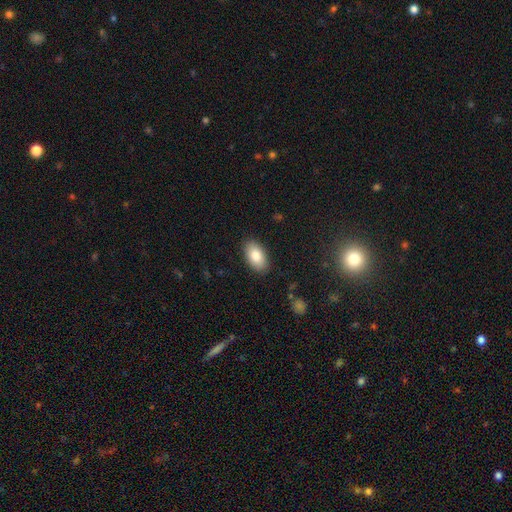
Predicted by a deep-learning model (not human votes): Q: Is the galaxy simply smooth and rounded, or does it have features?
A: smooth — 84%.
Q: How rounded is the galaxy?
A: in between — 94%.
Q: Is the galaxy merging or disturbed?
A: none — 88%.